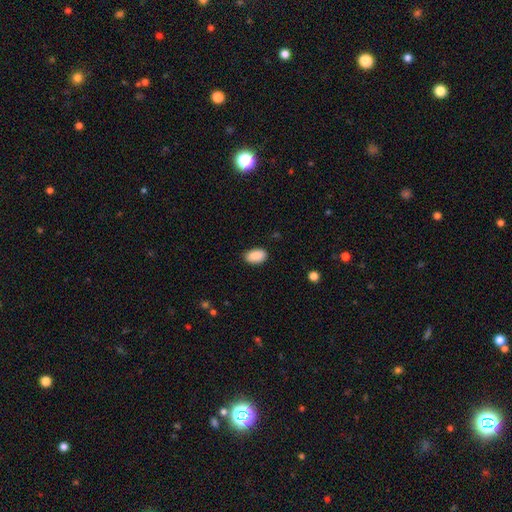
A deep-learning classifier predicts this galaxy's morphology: smooth 89%, star or artifact 7%, featured or disk 4%. Down the decision tree: how rounded — in between (90%); merging — none (86%).